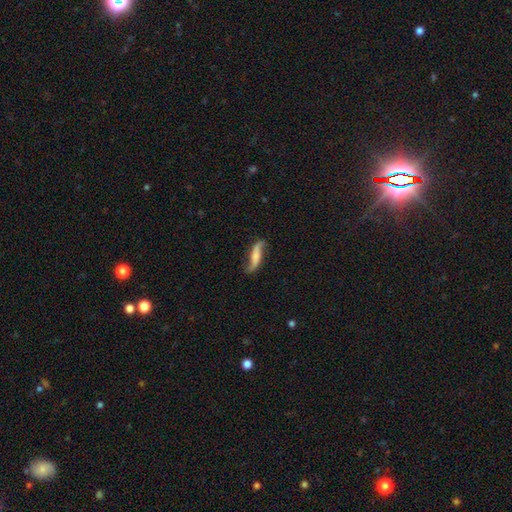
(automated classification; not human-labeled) smooth-or-featured: featured or disk: 70% | smooth: 23% | star or artifact: 6%
  disk-edge-on: no: 81% | yes: 19%
    bar: no: 48% | weak: 28% | strong: 23%
    has-spiral-arms: yes: 93% | no: 7%
      spiral-winding: loose: 89% | medium: 8% | tight: 3%
      spiral-arm-count: 2: 92% | 1: 4% | can't tell: 2% | 3: 1% | 4: 1% | more than 4: 1%
    bulge-size: none: 37% | small: 28% | moderate: 22% | large: 10% | dominant: 4%
  merging: none: 74% | minor disturbance: 17% | major disturbance: 7% | merger: 2%